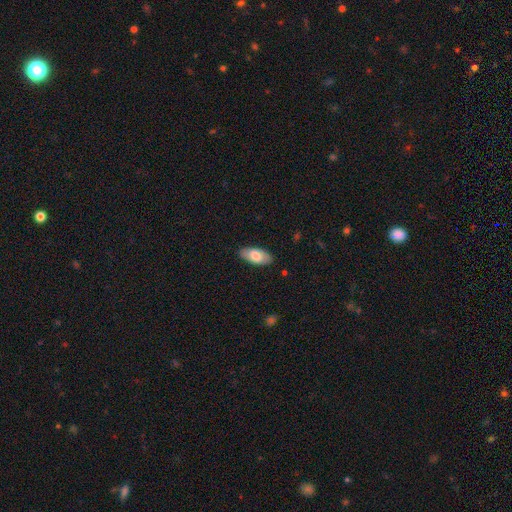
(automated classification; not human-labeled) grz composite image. It shows a smooth galaxy with no disk features (73%) that is in between round and cigar-shaped (90%). Merging: none (86%).